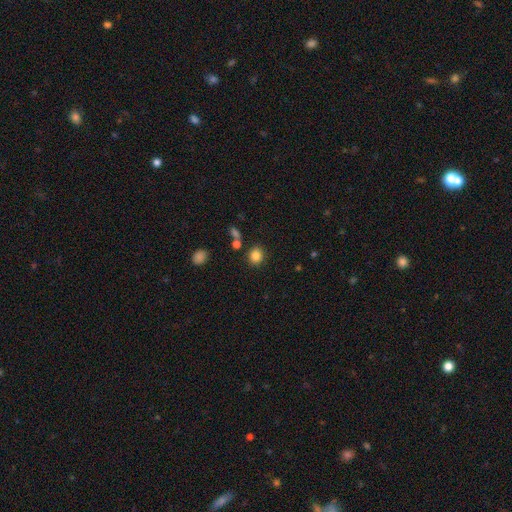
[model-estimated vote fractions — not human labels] A smooth galaxy with no disk features (84%) that is round (79%). Merging: none (83%).